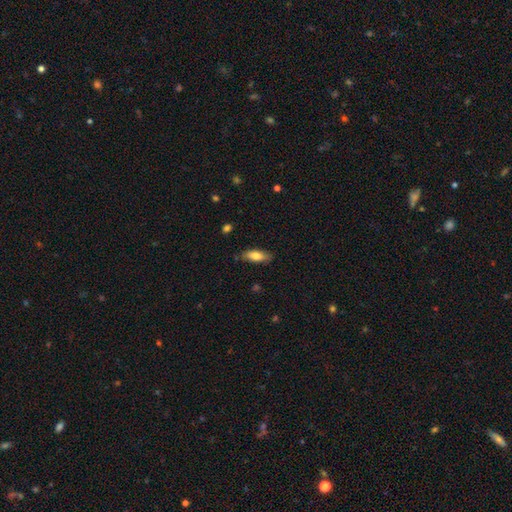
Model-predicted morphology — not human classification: A smooth galaxy with no disk features (76%) that is in between round and cigar-shaped (69%).

Vote fractions:
- Smooth or featured? smooth: 76% / featured or disk: 18% / star or artifact: 7%
- How rounded? in between: 69% / cigar-shaped: 29% / round: 2%
- Merging? none: 80% / minor disturbance: 15% / major disturbance: 3% / merger: 2%